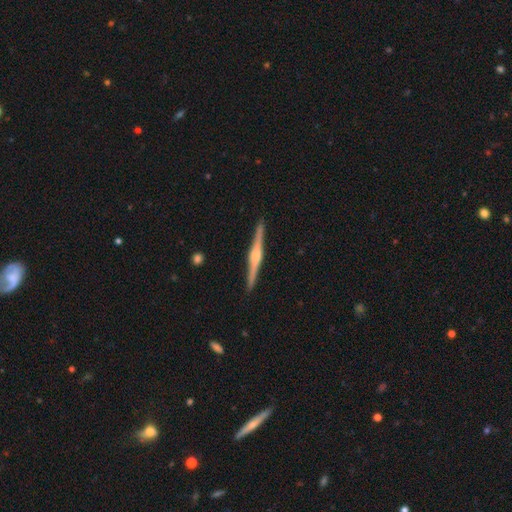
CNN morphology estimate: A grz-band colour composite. It shows a featured or disk galaxy (83%) viewed edge-on (99%) with a rounded central bulge (80%). Merging: none (93%).